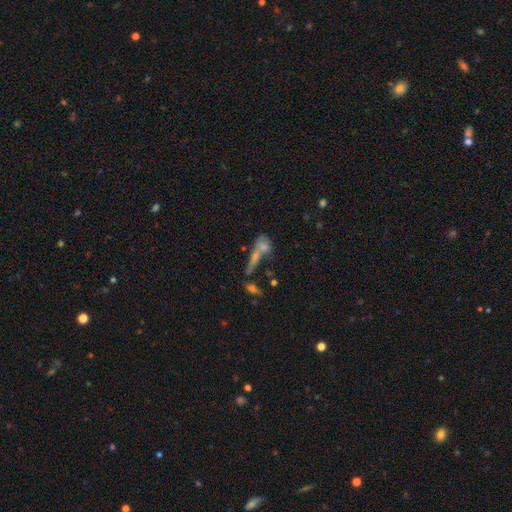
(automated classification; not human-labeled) smooth 40%, featured or disk 36%, star or artifact 24%. Down the decision tree: merging — merger (45%).